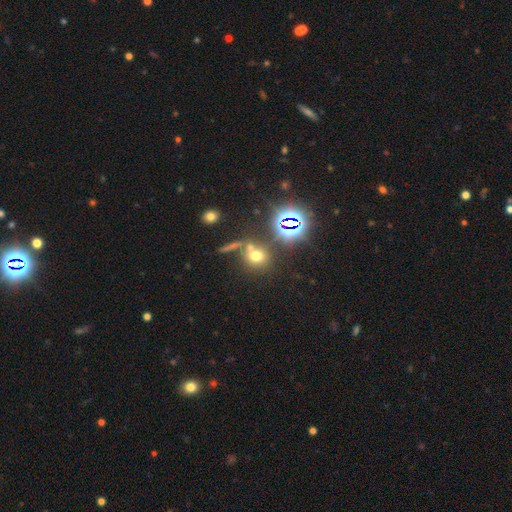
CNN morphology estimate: smooth-or-featured: smooth: 58% | star or artifact: 30% | featured or disk: 12%
  how-rounded: round: 78% | in between: 20% | cigar-shaped: 2%
  merging: none: 61% | merger: 22% | minor disturbance: 10% | major disturbance: 6%